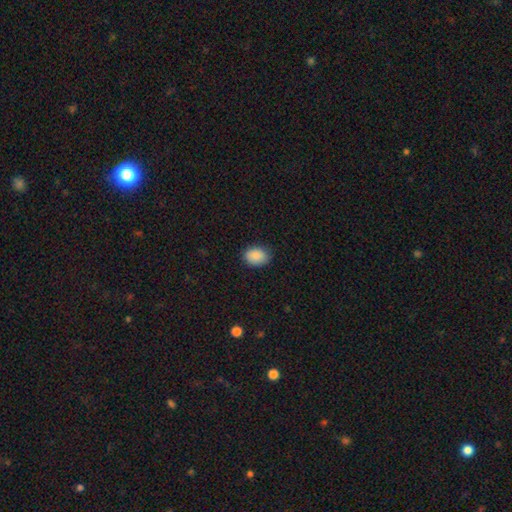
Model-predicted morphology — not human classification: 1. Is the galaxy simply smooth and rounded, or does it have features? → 89% smooth, 7% star or artifact, 4% featured or disk.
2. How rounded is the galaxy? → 68% in between, 31% round, 1% cigar-shaped.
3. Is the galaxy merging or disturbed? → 84% none, 12% minor disturbance, 3% major disturbance, 1% merger.